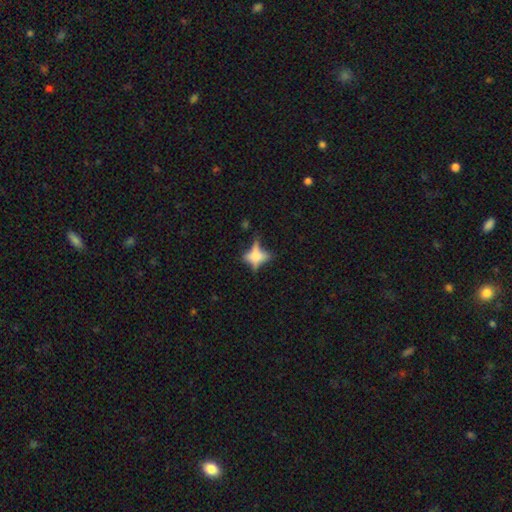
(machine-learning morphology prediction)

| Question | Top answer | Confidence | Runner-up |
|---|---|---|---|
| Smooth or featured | featured or disk | 42% | tied: smooth (42%) |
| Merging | none | 50% | minor disturbance (18%) |